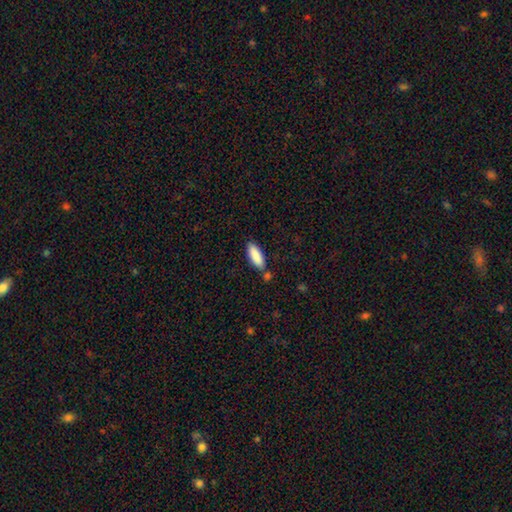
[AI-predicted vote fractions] Q: Smooth or featured?
A: smooth (88%); runner-up: featured or disk (6%)
Q: How rounded?
A: in between (64%); runner-up: cigar-shaped (34%)
Q: Merging?
A: none (74%); runner-up: minor disturbance (13%)